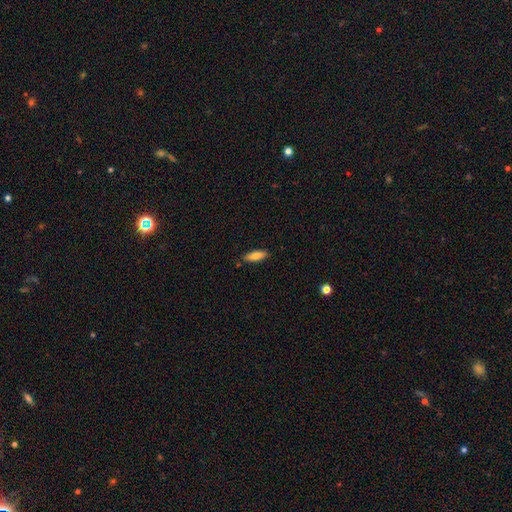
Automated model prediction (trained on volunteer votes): smooth_or_featured: smooth (p=0.78) [alt: featured or disk p=0.15]
how_rounded: in between (p=0.58) [alt: cigar-shaped p=0.40]
merging: none (p=0.85) [alt: minor disturbance p=0.11]